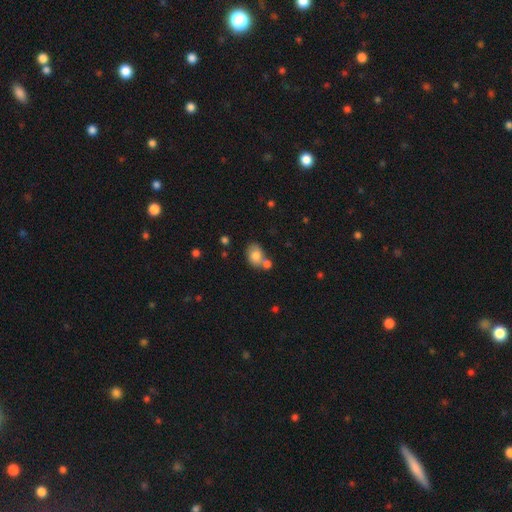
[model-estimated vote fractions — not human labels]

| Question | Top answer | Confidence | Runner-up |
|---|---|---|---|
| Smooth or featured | smooth | 80% | featured or disk (12%) |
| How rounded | in between | 71% | round (28%) |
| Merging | none | 45% | merger (36%) |